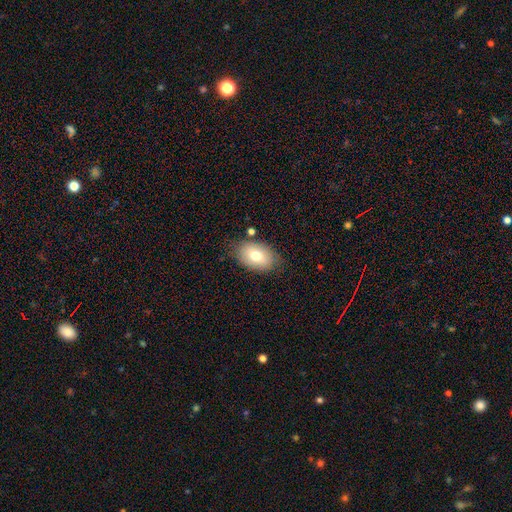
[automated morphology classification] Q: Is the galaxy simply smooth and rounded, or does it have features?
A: smooth — 73%.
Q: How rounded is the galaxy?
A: in between — 88%.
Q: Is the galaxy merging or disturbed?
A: none — 78%.